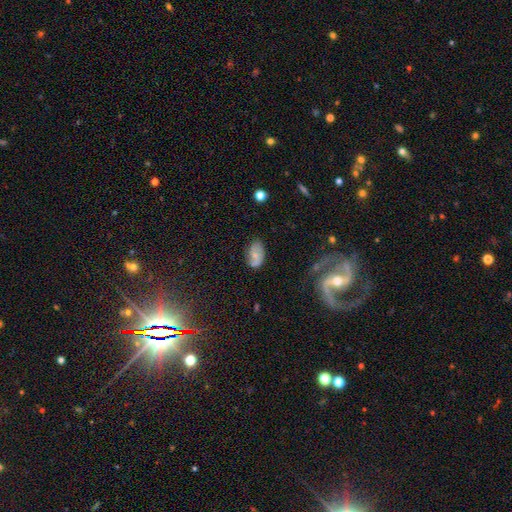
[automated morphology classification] type=smooth (51%); roundness=in between (90%); merging=none (62%).